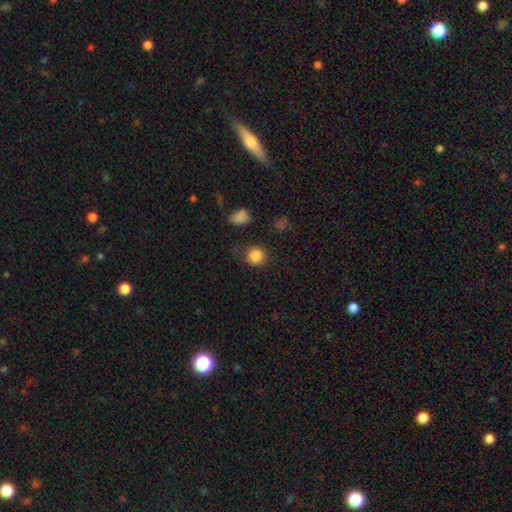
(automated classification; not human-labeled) A smooth galaxy with no disk features (85%) that is round (91%). Merging: none (85%).